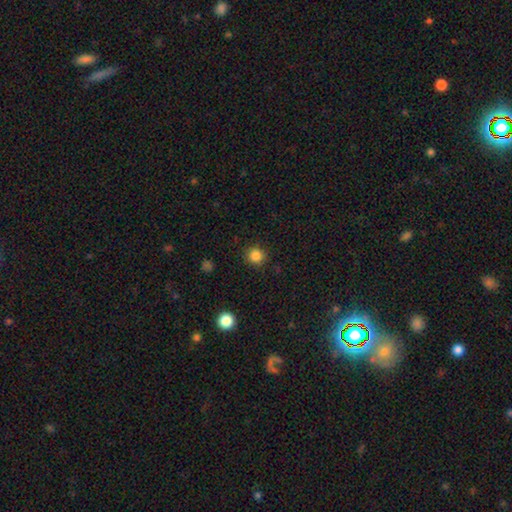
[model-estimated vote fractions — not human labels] smooth_or_featured: smooth (p=0.85) [alt: star or artifact p=0.12]
how_rounded: round (p=0.93) [alt: in between p=0.06]
merging: none (p=0.90) [alt: minor disturbance p=0.07]